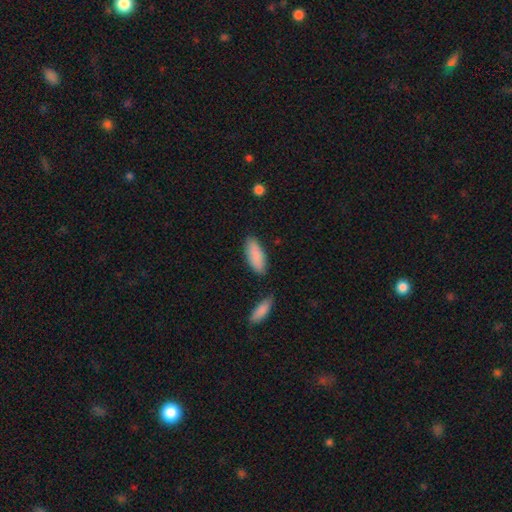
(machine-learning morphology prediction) smooth 88%, featured or disk 6%, star or artifact 6%. Down the decision tree: how rounded — in between (72%); merging — none (78%).